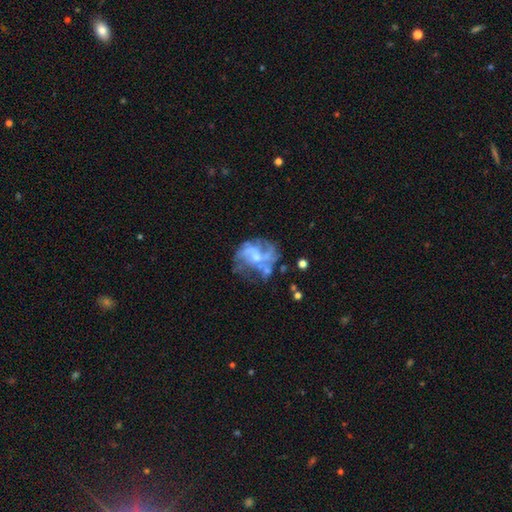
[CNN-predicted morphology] smooth_or_featured: featured or disk (p=0.75) [alt: smooth p=0.16]
disk_edge_on: no (p=0.98) [alt: yes p=0.02]
bar: no (p=0.61) [alt: weak p=0.32]
has_spiral_arms: yes (p=0.69) [alt: no p=0.31]
spiral_winding: medium (p=0.42) [alt: loose p=0.34]
spiral_arm_count: can't tell (p=0.36) [alt: 2 p=0.27]
bulge_size: small (p=0.40) [alt: moderate p=0.35]
merging: none (p=0.44) [alt: major disturbance p=0.27]